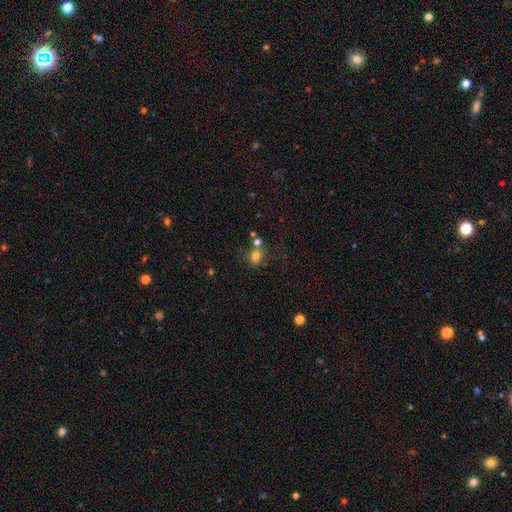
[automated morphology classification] This is likely a smooth galaxy (76%). How rounded: likely round (67%). Merging: possibly none (59%).